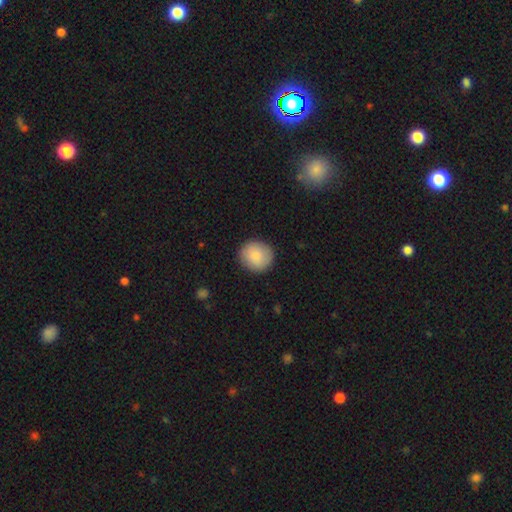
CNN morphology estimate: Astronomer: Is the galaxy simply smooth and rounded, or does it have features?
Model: smooth — 86%.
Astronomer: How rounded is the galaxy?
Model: round — 86%.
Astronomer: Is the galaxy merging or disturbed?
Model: none — 89%.